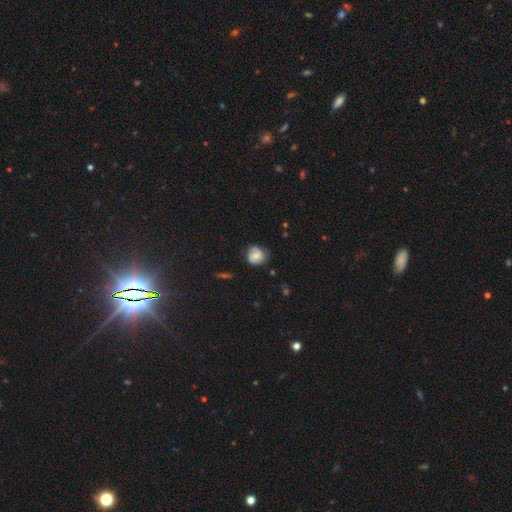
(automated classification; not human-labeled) A smooth galaxy with no disk features (60%) that is round (79%).

Vote fractions:
- Smooth or featured? smooth: 60% / featured or disk: 31% / star or artifact: 9%
- How rounded? round: 79% / in between: 20% / cigar-shaped: 1%
- Merging? none: 63% / minor disturbance: 29% / major disturbance: 7% / merger: 2%